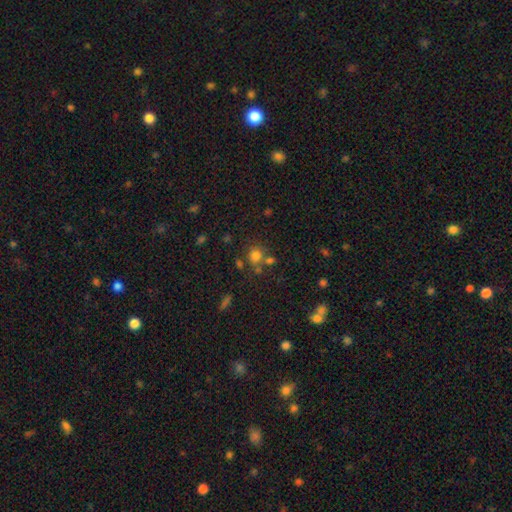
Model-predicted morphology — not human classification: smooth_or_featured: smooth (p=0.73) [alt: star or artifact p=0.18]
how_rounded: round (p=0.79) [alt: in between p=0.20]
merging: none (p=0.58) [alt: merger p=0.24]